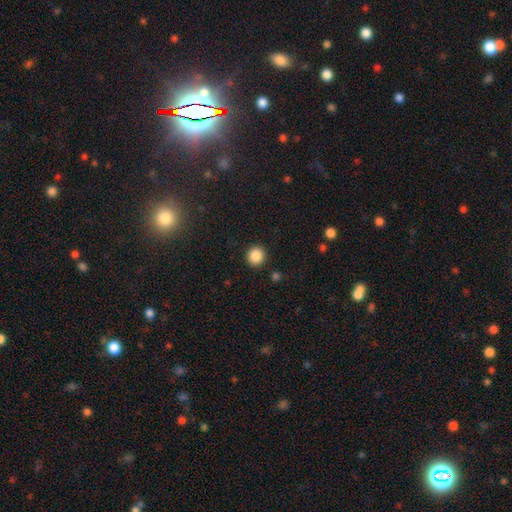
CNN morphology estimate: Smooth or featured? smooth (87%)
How rounded? round (92%)
Merging? none (91%)